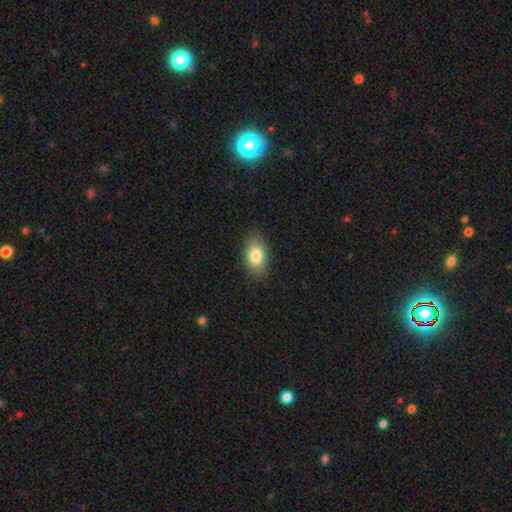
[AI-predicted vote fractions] This is clearly a smooth galaxy (82%). How rounded: clearly in between (89%). Merging: clearly none (85%).